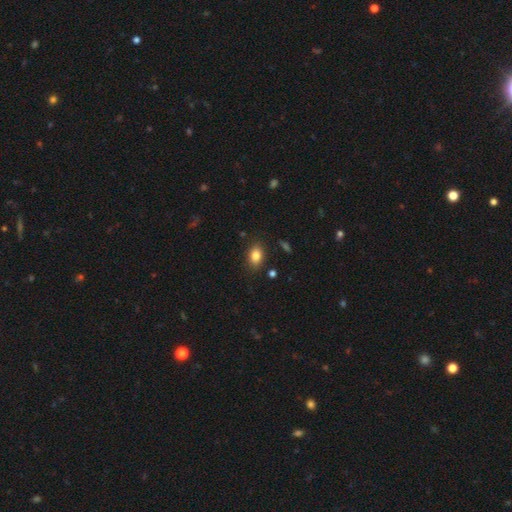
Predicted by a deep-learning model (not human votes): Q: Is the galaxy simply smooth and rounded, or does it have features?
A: smooth — 83%.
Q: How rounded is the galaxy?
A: in between — 81%.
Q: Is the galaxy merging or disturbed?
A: none — 84%.